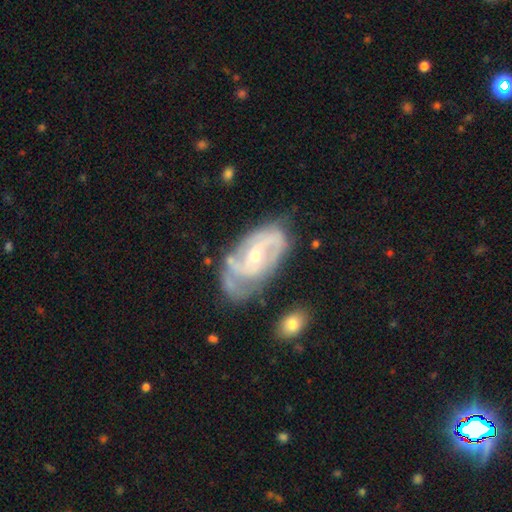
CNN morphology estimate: Smooth or featured? featured or disk (83%)
Edge-on disk? no (95%)
Bar? no (47%)
Spiral arms? yes (89%)
Spiral winding? tight (42%)
Spiral arm count? 2 (57%)
Bulge size? small (58%)
Merging? none (53%)